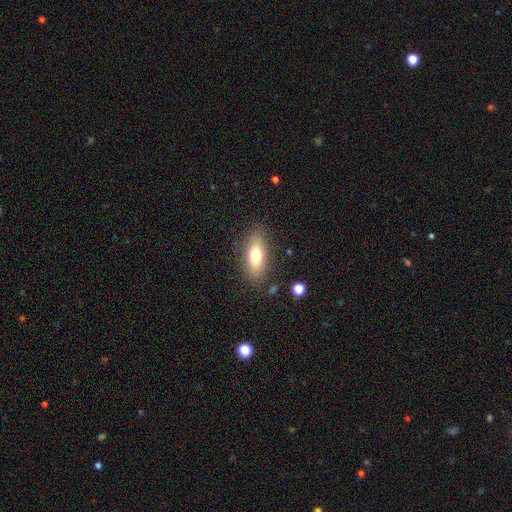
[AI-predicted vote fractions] smooth_or_featured: smooth (p=0.73) [alt: featured or disk p=0.20]
how_rounded: in between (p=0.70) [alt: cigar-shaped p=0.27]
merging: none (p=0.83) [alt: minor disturbance p=0.11]